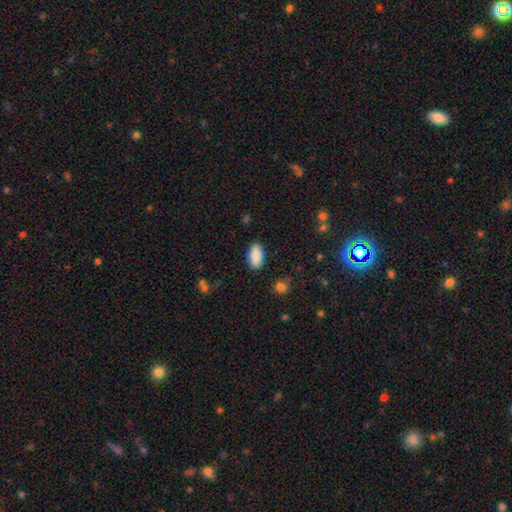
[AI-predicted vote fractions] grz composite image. It shows a smooth galaxy with no disk features (90%) that is in between round and cigar-shaped (94%). Merging: none (88%).